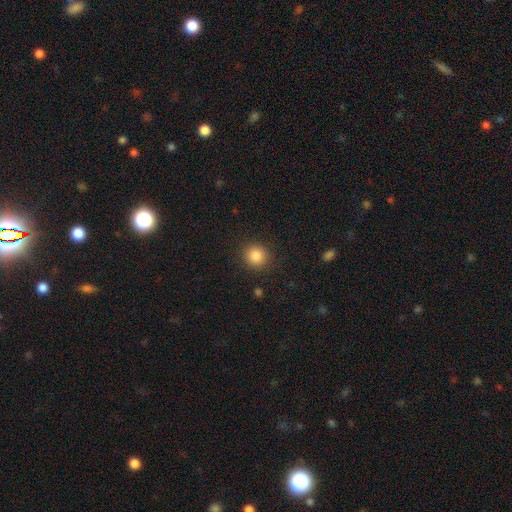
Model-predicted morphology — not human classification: type=smooth (86%); roundness=round (90%); merging=none (89%).